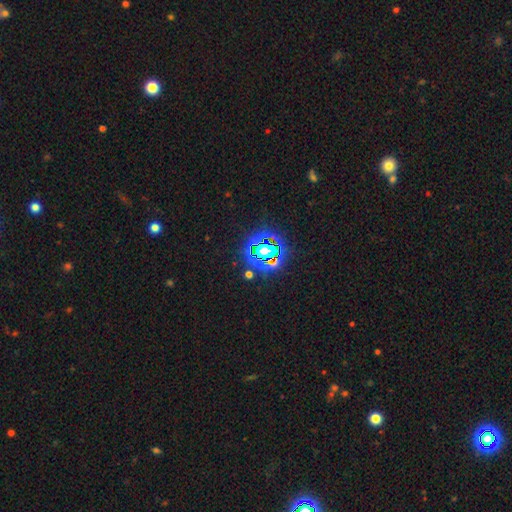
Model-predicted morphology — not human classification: Smooth or featured? star or artifact (80%)